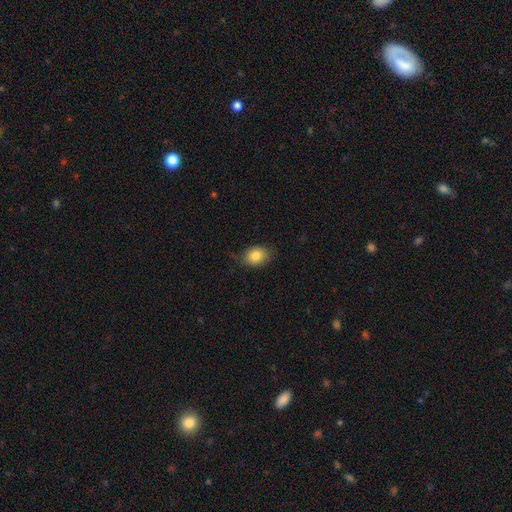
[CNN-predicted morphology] type=smooth (83%); roundness=in between (64%); merging=none (76%).